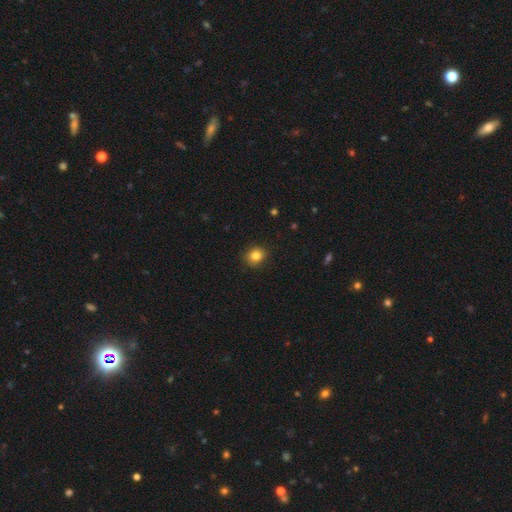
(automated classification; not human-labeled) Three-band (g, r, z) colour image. It shows a smooth galaxy with no disk features (83%) that is round (71%). Merging: none (89%).